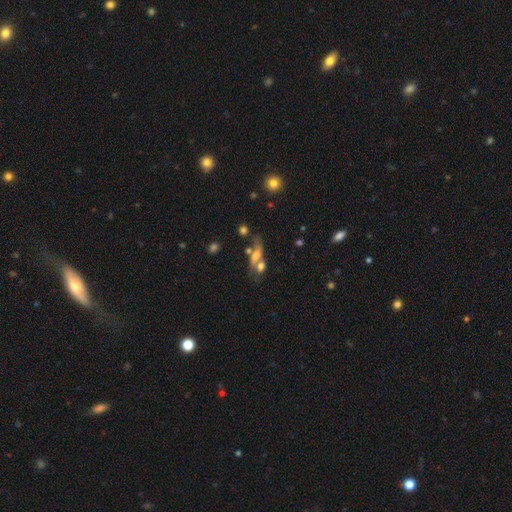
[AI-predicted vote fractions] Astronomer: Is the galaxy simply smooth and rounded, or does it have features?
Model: smooth — 44% (runner-up: featured or disk, 43%).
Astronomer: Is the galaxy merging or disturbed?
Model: merger — 44% (runner-up: none, 27%).